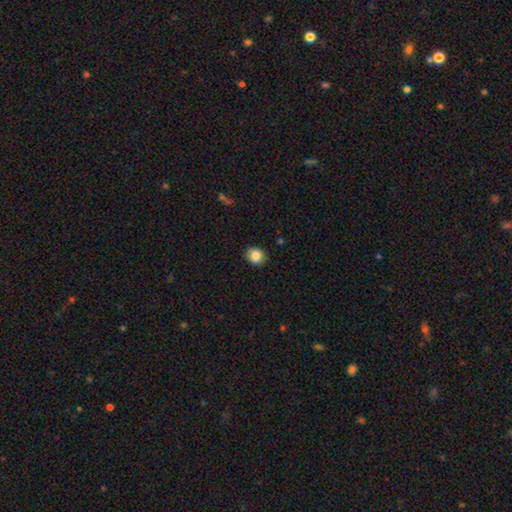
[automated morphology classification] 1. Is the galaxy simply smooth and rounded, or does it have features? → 86% smooth, 9% star or artifact, 5% featured or disk.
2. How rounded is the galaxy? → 70% round, 30% in between, 1% cigar-shaped.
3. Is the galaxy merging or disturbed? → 88% none, 9% minor disturbance, 2% major disturbance, 1% merger.